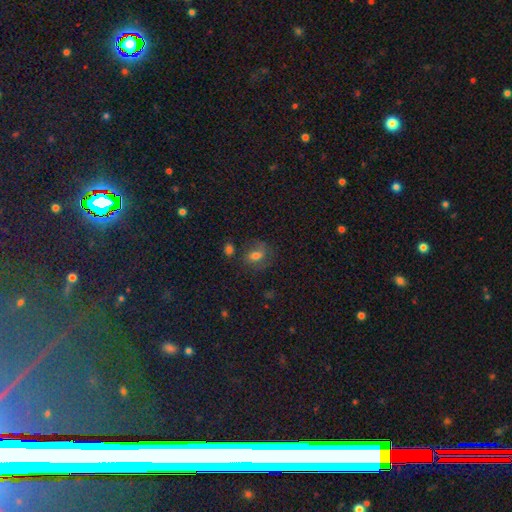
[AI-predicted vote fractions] Smooth or featured? smooth (61%)
How rounded? in between (62%)
Merging? none (58%)